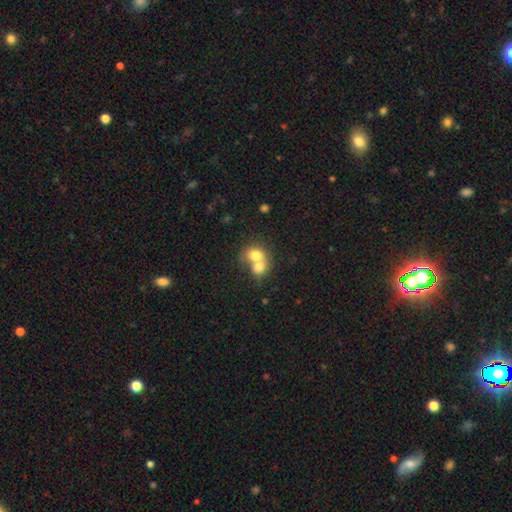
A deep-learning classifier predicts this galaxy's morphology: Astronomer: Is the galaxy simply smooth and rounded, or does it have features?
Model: smooth — 73%.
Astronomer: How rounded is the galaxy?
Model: round — 60% (runner-up: in between, 39%).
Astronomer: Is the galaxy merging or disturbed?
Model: merger — 73%.